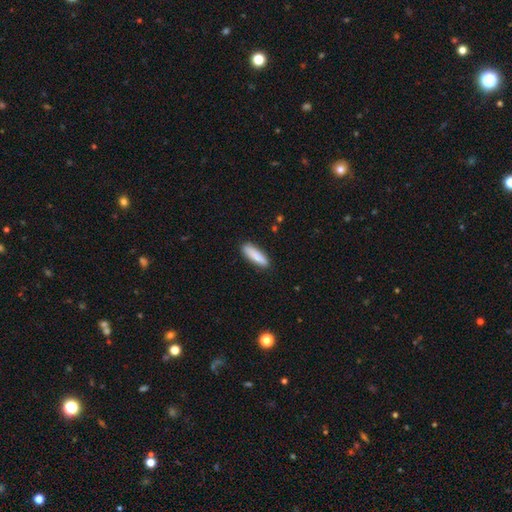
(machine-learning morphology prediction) Overall: smooth (88%). How rounded: cigar-shaped (61%; in between 37%). Merging: none (87%).